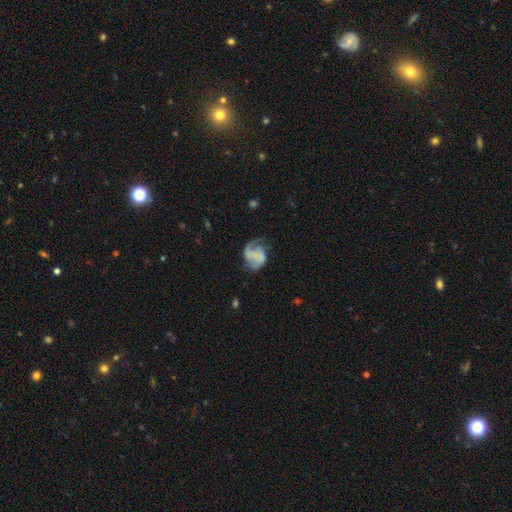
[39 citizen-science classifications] This is likely a featured or disk galaxy (72%). It is clearly not viewed edge-on (96%). Bar: possibly no (48%). Spiral arm pattern: clearly yes (96%). Spiral arm count: likely 2 (73%). Spiral winding: possibly medium (54%). Central bulge: marginally small (44%). Merging: likely none (71%).